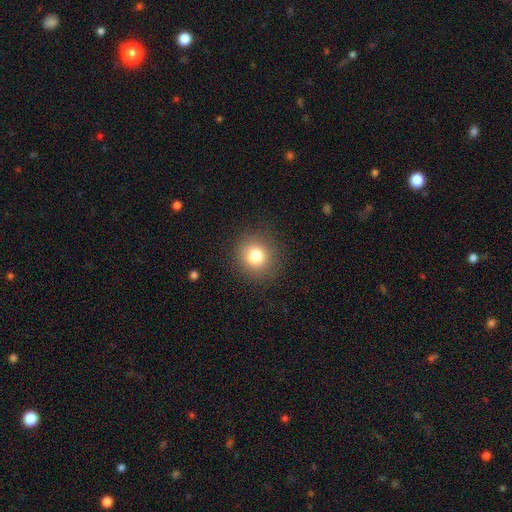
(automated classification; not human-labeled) smooth_or_featured: smooth (p=0.79) [alt: star or artifact p=0.12]
how_rounded: round (p=0.89) [alt: in between p=0.10]
merging: none (p=0.89) [alt: minor disturbance p=0.07]